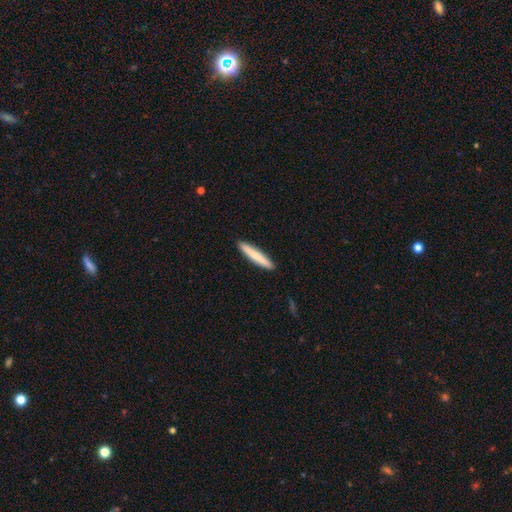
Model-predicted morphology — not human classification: A smooth galaxy with no disk features (78%) that is cigar-shaped (94%). Merging: none (92%).